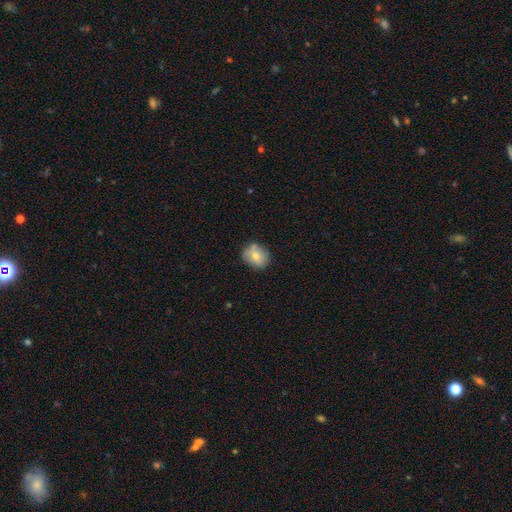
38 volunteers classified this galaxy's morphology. Overall: smooth (76%). How rounded: round (69%; in between 31%). Merging: none (56%; minor disturbance 42%).